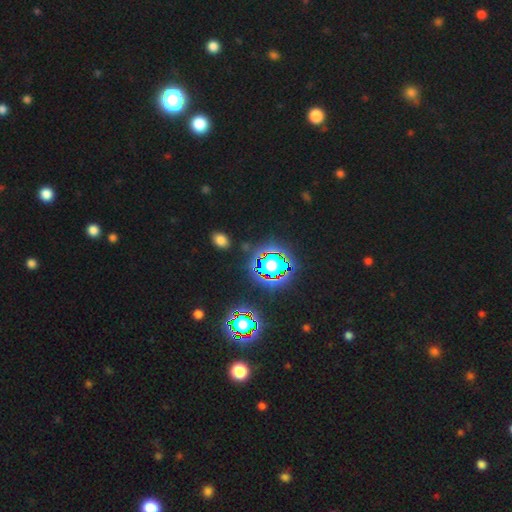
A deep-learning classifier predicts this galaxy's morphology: A star or artifact, not a galaxy (82%).